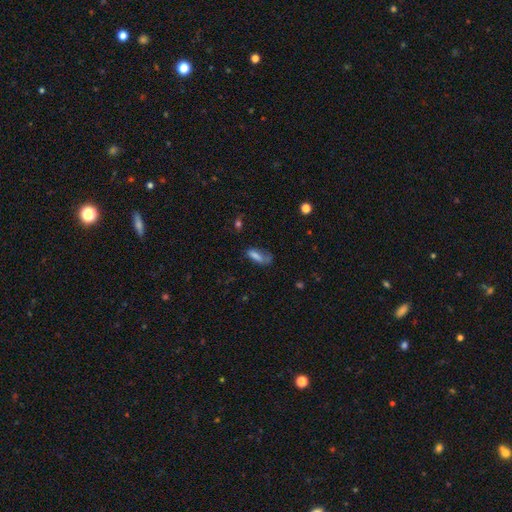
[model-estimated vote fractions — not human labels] This is likely a smooth galaxy (71%). How rounded: possibly in between (59%). Merging: marginally none (39%).